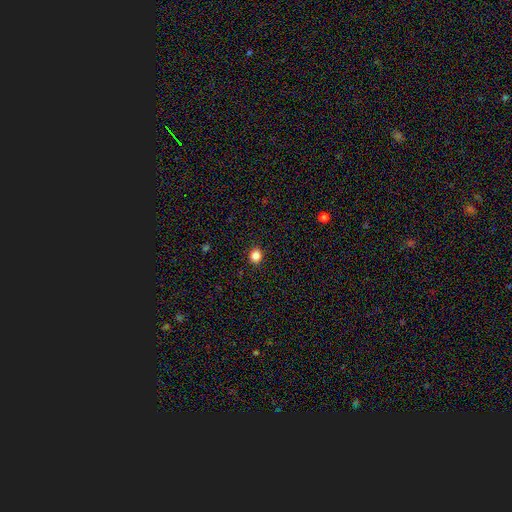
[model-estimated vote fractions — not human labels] smooth 85%, star or artifact 11%, featured or disk 3%. Down the decision tree: how rounded — round (71%); merging — none (91%).